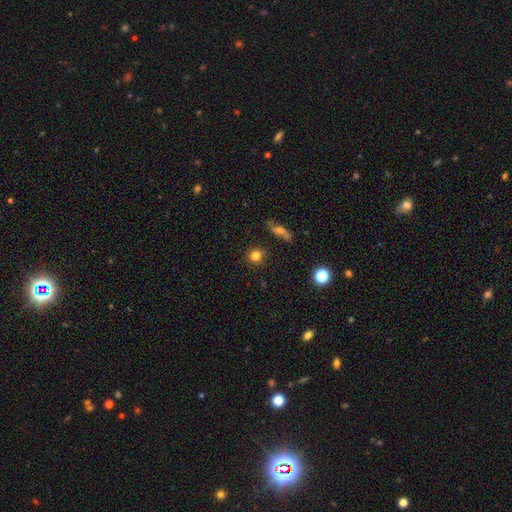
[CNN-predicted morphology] A smooth galaxy with no disk features (81%) that is round (90%). Merging: none (87%).